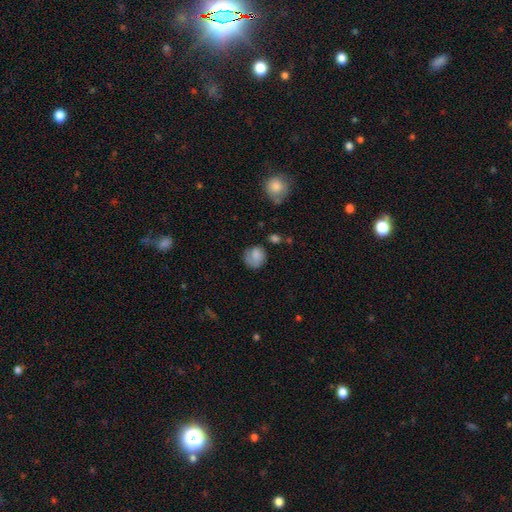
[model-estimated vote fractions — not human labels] smooth-or-featured: smooth: 78% | featured or disk: 14% | star or artifact: 8%
  how-rounded: round: 76% | in between: 23% | cigar-shaped: 1%
  merging: none: 57% | minor disturbance: 28% | major disturbance: 12% | merger: 4%